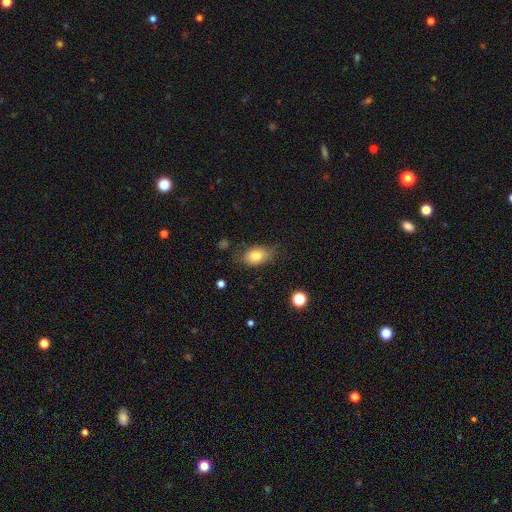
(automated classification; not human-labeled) This appears to be a smooth galaxy with no disk features (77%) that is in between round and cigar-shaped (84%). Merging: none (66%).